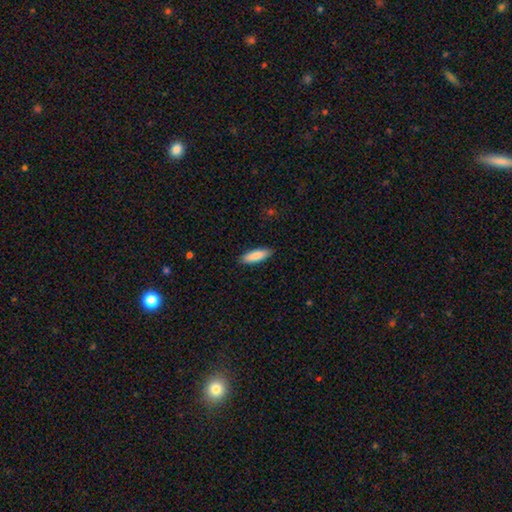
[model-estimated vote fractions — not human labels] A smooth galaxy with no disk features (87%) that is in between round and cigar-shaped (51%).

Vote fractions:
- Smooth or featured? smooth: 87% / featured or disk: 8% / star or artifact: 5%
- How rounded? in between: 51% / cigar-shaped: 47% / round: 2%
- Merging? none: 90% / minor disturbance: 8% / major disturbance: 2% / merger: 1%